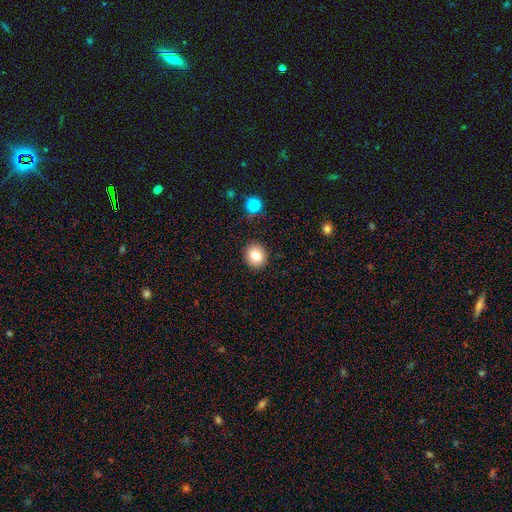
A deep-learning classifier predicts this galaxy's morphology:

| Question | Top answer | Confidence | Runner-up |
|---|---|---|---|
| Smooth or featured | smooth | 81% | star or artifact (11%) |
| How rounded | round | 83% | in between (16%) |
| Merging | none | 90% | minor disturbance (7%) |